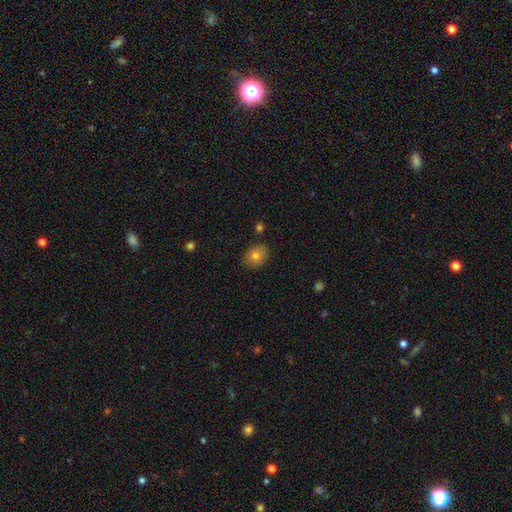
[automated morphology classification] smooth_or_featured: smooth (p=0.78) [alt: featured or disk p=0.12]
how_rounded: in between (p=0.50) [alt: round p=0.49]
merging: none (p=0.83) [alt: minor disturbance p=0.12]